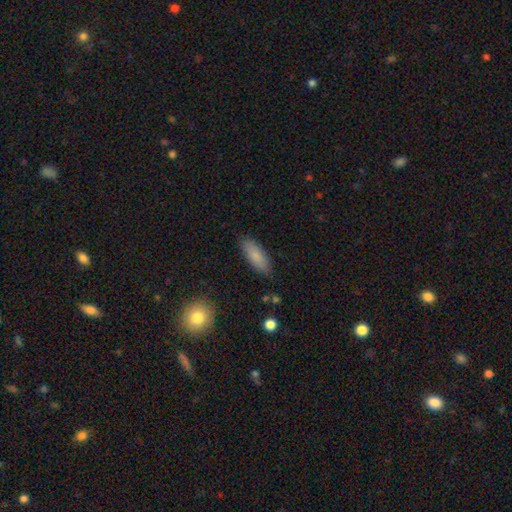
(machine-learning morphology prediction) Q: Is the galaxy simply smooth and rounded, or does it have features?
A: smooth — 84%.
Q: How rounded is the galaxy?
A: in between — 66%.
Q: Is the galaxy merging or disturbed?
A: none — 86%.